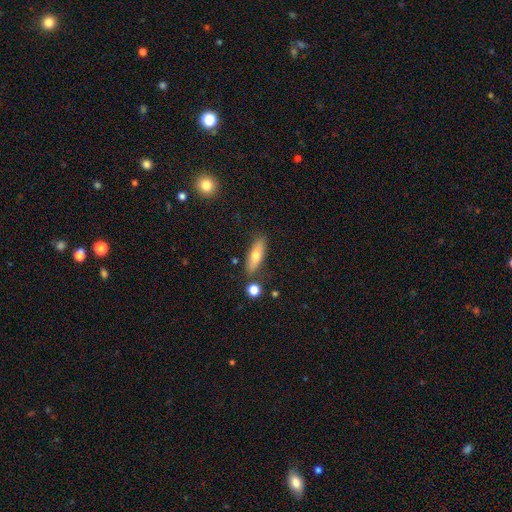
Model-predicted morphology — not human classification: smooth-or-featured: smooth: 67% | featured or disk: 26% | star or artifact: 7%
  how-rounded: in between: 53% | cigar-shaped: 44% | round: 3%
  merging: none: 80% | minor disturbance: 12% | merger: 5% | major disturbance: 3%